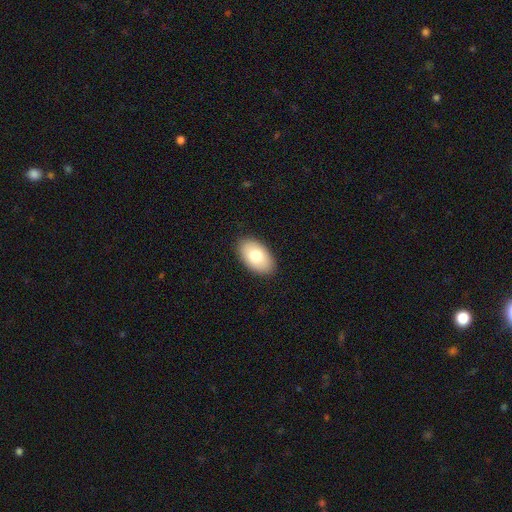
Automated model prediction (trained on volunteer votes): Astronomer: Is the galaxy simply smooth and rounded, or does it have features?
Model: smooth — 77%.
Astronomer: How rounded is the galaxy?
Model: in between — 94%.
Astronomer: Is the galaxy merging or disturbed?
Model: none — 89%.